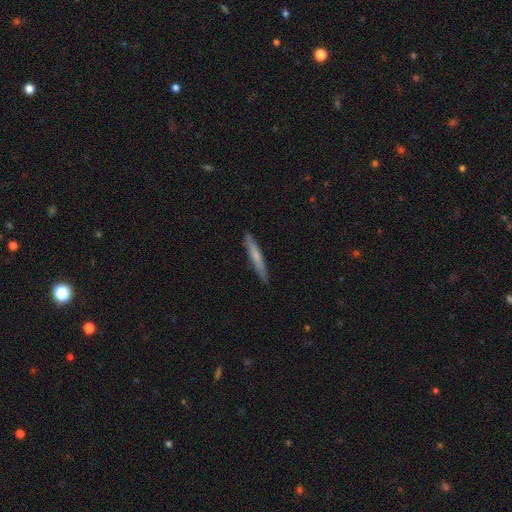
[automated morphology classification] smooth_or_featured: smooth (p=0.61) [alt: featured or disk p=0.33]
how_rounded: cigar-shaped (p=0.95) [alt: in between p=0.03]
merging: none (p=0.88) [alt: minor disturbance p=0.09]